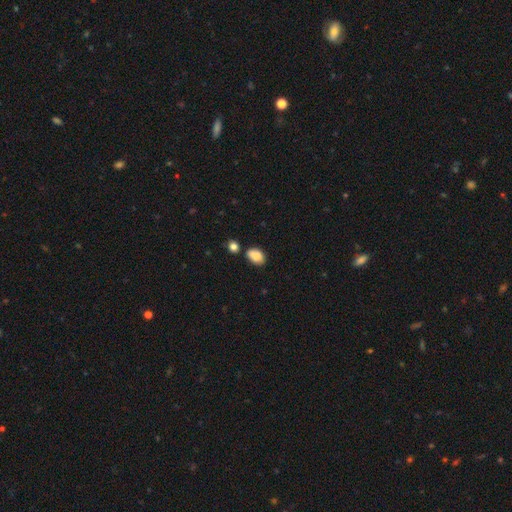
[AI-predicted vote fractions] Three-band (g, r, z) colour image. It shows a smooth galaxy with no disk features (83%) that is in between round and cigar-shaped (81%). Merging: none (55%).